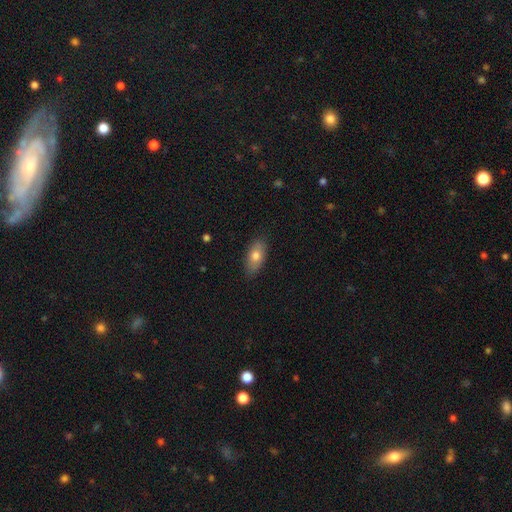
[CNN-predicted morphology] Smooth or featured?
  - smooth: 76% *
  - featured or disk: 18%
  - star or artifact: 7%
How rounded?
  - in between: 88% *
  - cigar-shaped: 7%
  - round: 4%
Merging?
  - none: 84% *
  - minor disturbance: 12%
  - major disturbance: 2%
  - merger: 1%